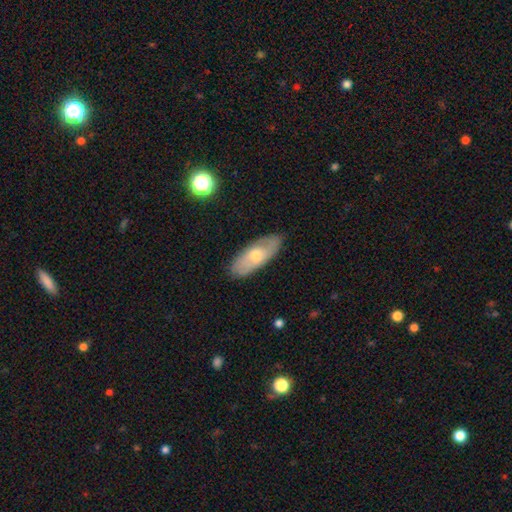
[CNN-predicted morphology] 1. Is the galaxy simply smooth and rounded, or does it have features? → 49% smooth, 44% featured or disk, 6% star or artifact.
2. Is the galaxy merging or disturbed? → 83% none, 13% minor disturbance, 3% major disturbance, 1% merger.